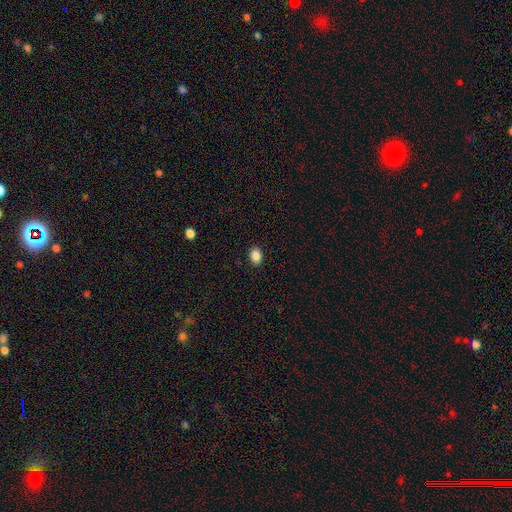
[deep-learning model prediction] Smooth or featured? Predicted: smooth (p=0.88). How rounded? Predicted: in between (p=0.77). Merging? Predicted: none (p=0.90).